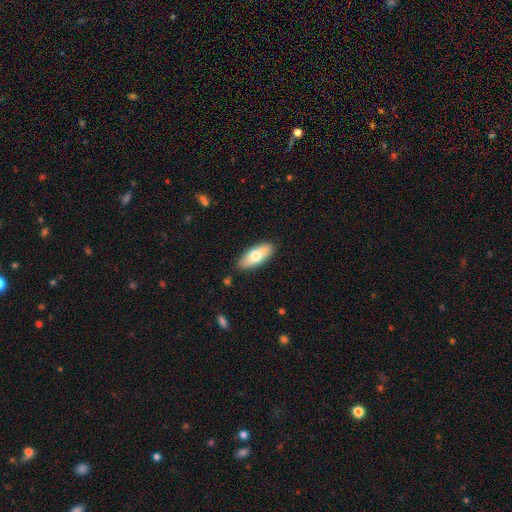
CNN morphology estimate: This appears to be a smooth galaxy with no disk features (69%) that is in between round and cigar-shaped (79%). Merging: none (82%).